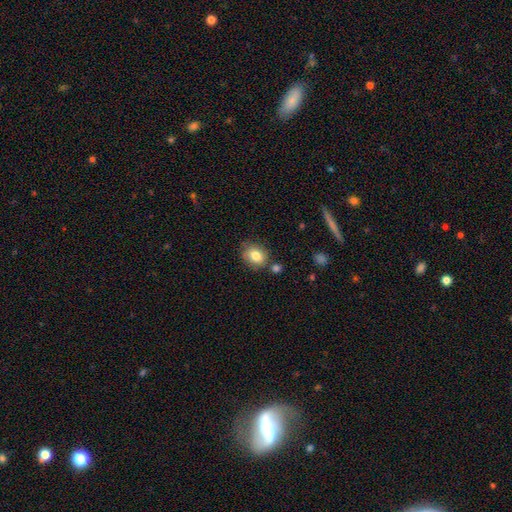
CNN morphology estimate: This appears to be a smooth galaxy with no disk features (82%) that is round (52%). Merging: none (74%).